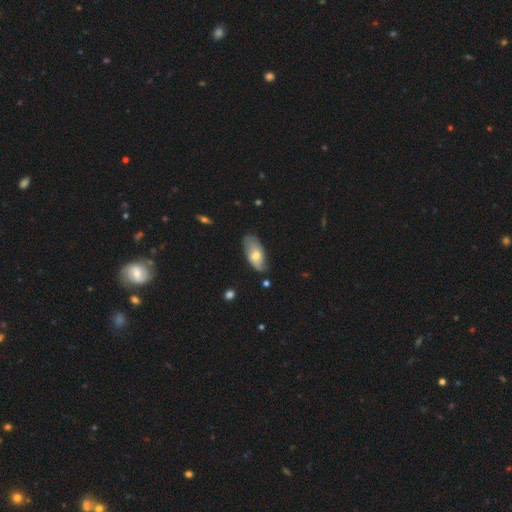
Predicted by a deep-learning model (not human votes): smooth_or_featured: smooth (p=0.57) [alt: featured or disk p=0.37]
how_rounded: in between (p=0.91) [alt: cigar-shaped p=0.06]
merging: none (p=0.60) [alt: minor disturbance p=0.31]